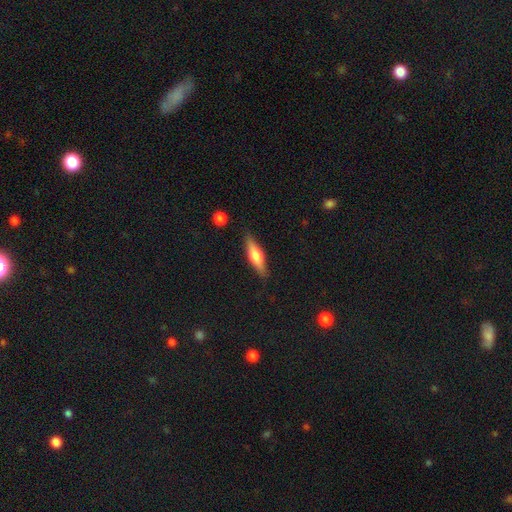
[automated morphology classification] This is possibly a smooth galaxy (53%). How rounded: likely cigar-shaped (67%). Merging: clearly none (86%).